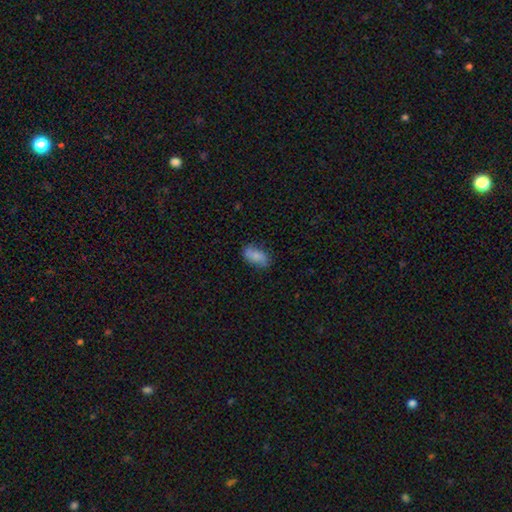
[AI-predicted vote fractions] smooth_or_featured: smooth (p=0.63) [alt: featured or disk p=0.29]
how_rounded: in between (p=0.90) [alt: round p=0.06]
merging: none (p=0.71) [alt: minor disturbance p=0.21]